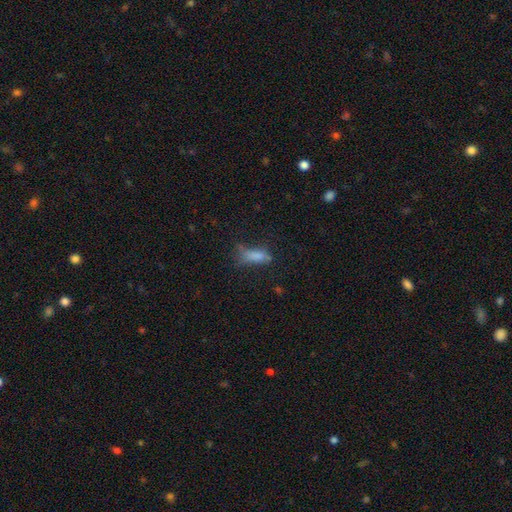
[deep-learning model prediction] A smooth galaxy with no disk features (67%) that is in between round and cigar-shaped (53%).

Vote fractions:
- Smooth or featured? smooth: 67% / featured or disk: 18% / star or artifact: 15%
- How rounded? in between: 53% / cigar-shaped: 44% / round: 3%
- Merging? none: 45% / minor disturbance: 27% / major disturbance: 24% / merger: 4%